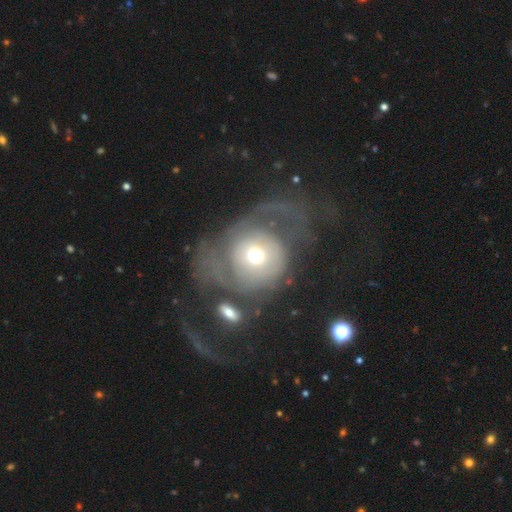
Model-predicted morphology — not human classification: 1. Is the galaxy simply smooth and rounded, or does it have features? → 52% featured or disk, 39% smooth, 9% star or artifact.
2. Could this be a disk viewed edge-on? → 94% no, 6% yes.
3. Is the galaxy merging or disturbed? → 50% major disturbance, 24% none, 13% minor disturbance, 12% merger.